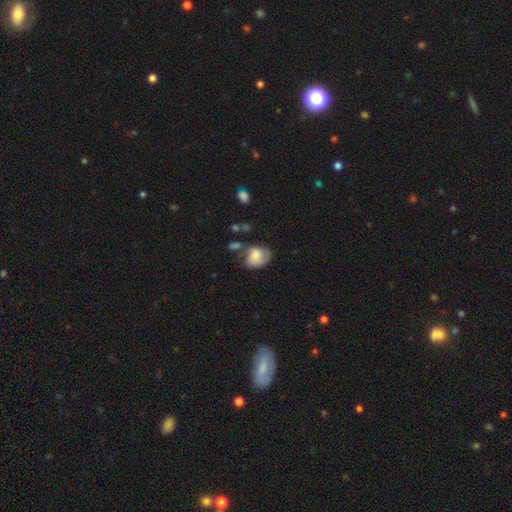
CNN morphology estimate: Q: Smooth or featured?
A: smooth (73%); runner-up: featured or disk (19%)
Q: How rounded?
A: in between (59%); runner-up: round (40%)
Q: Merging?
A: none (43%); runner-up: minor disturbance (32%)